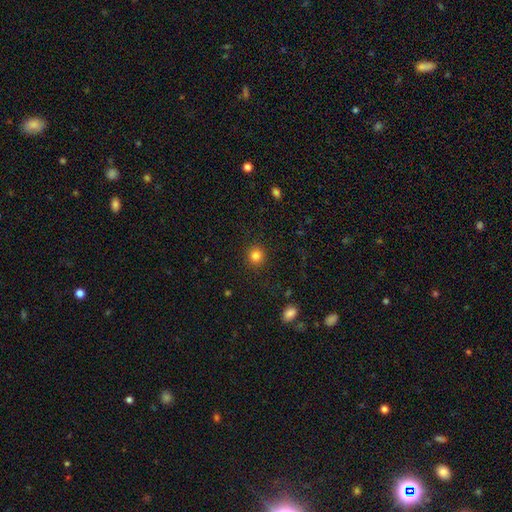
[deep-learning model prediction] Smooth or featured?
  - smooth: 83% *
  - star or artifact: 12%
  - featured or disk: 5%
How rounded?
  - round: 91% *
  - in between: 8%
  - cigar-shaped: 1%
Merging?
  - none: 91% *
  - minor disturbance: 6%
  - major disturbance: 2%
  - merger: 1%